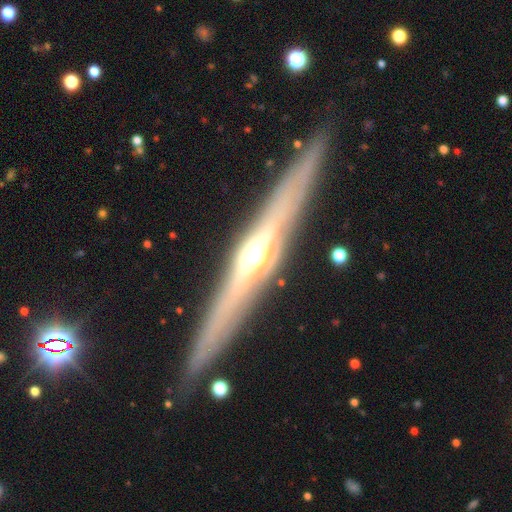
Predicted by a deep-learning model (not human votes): smooth-or-featured: featured or disk: 81% | smooth: 13% | star or artifact: 7%
  disk-edge-on: yes: 95% | no: 5%
    edge-on-bulge: rounded: 84% | none: 9% | boxy: 6%
  merging: none: 89% | minor disturbance: 8% | major disturbance: 2% | merger: 1%